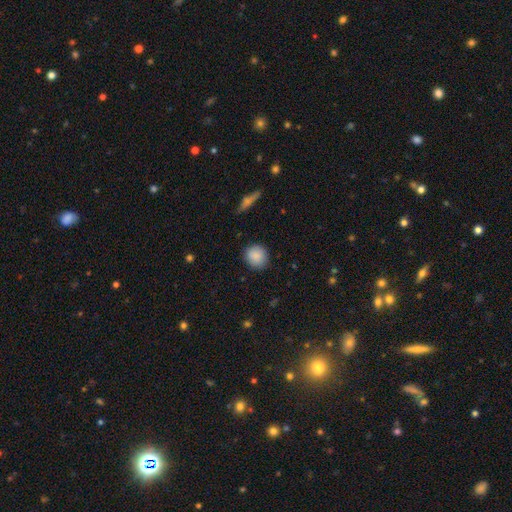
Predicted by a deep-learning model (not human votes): A smooth galaxy with no disk features (89%) that is round (87%).

Vote fractions:
- Smooth or featured? smooth: 89% / star or artifact: 7% / featured or disk: 4%
- How rounded? round: 87% / in between: 12% / cigar-shaped: 1%
- Merging? none: 88% / minor disturbance: 9% / major disturbance: 2% / merger: 1%